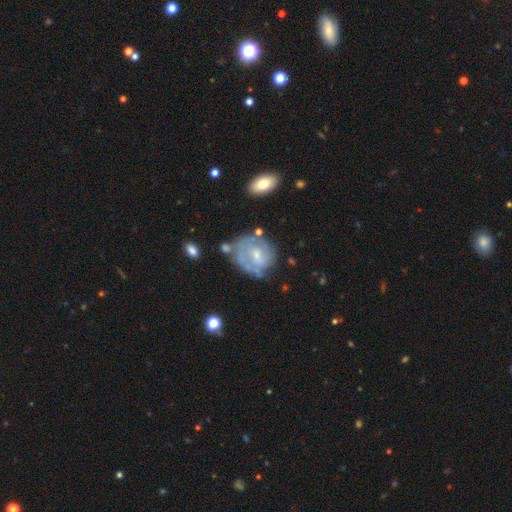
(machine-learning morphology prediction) A featured or disk galaxy (69%) with no bar (47%), tight (54%) spiral arms (77%) and a small central bulge (58%). Merging: none (55%).